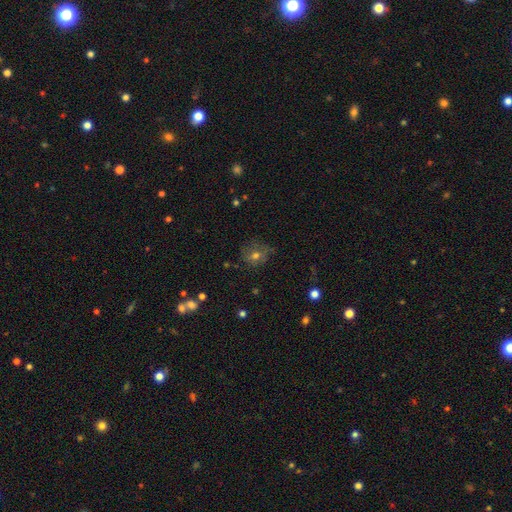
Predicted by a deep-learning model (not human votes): smooth-or-featured: smooth: 54% | featured or disk: 26% | star or artifact: 20%
  how-rounded: round: 73% | in between: 26% | cigar-shaped: 1%
  merging: none: 68% | minor disturbance: 21% | major disturbance: 9% | merger: 2%